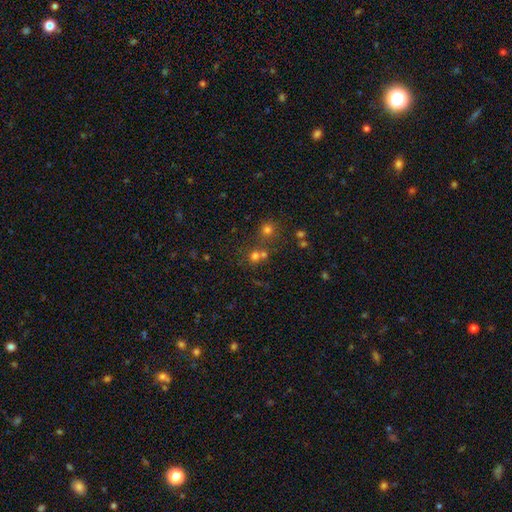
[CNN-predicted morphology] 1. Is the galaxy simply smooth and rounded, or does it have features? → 45% star or artifact, 40% smooth, 15% featured or disk.